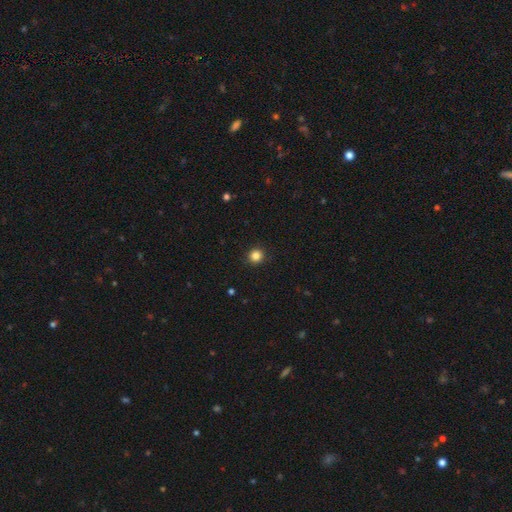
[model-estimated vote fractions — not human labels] A smooth galaxy with no disk features (84%) that is round (92%).

Vote fractions:
- Smooth or featured? smooth: 84% / star or artifact: 12% / featured or disk: 4%
- How rounded? round: 92% / in between: 7% / cigar-shaped: 1%
- Merging? none: 92% / minor disturbance: 5% / major disturbance: 2% / merger: 1%